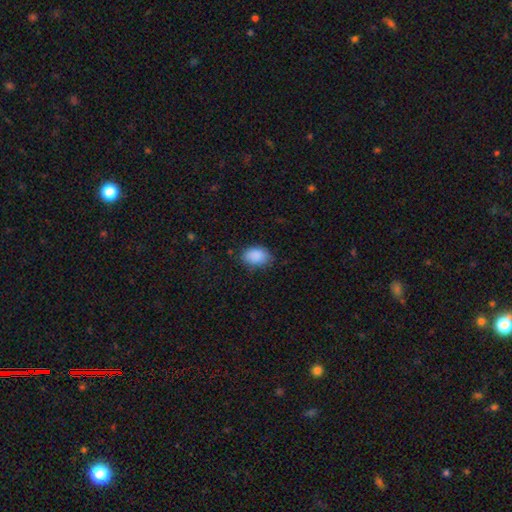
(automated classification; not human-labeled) A smooth galaxy with no disk features (88%) that is in between round and cigar-shaped (84%). Merging: none (74%).